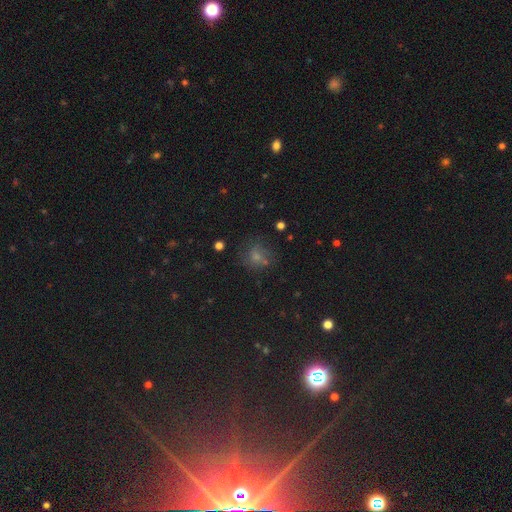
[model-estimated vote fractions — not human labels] Smooth or featured?
  - smooth: 44% *
  - star or artifact: 41%
  - featured or disk: 15%
Merging?
  - none: 70% *
  - minor disturbance: 17%
  - major disturbance: 9%
  - merger: 4%